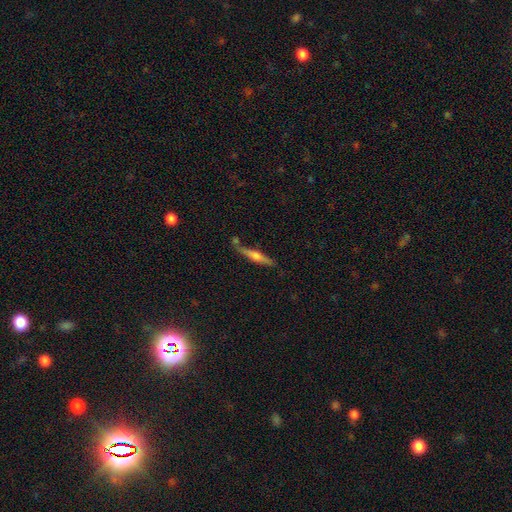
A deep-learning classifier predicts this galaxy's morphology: A featured or disk galaxy (61%) viewed edge-on (95%) with a rounded central bulge (82%). Merging: none (73%).